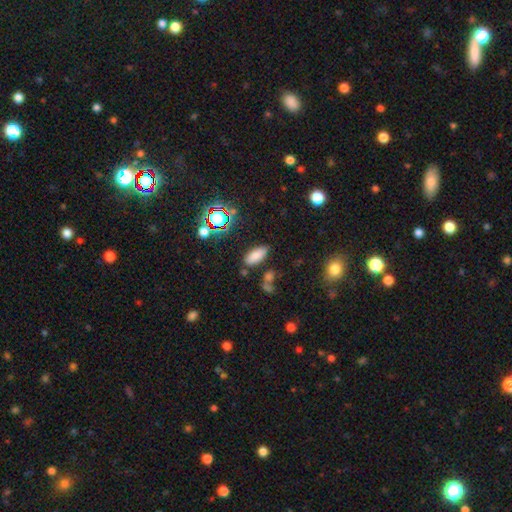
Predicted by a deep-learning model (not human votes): Smooth or featured? Predicted: smooth (p=0.77). How rounded? Predicted: in between (p=0.84). Merging? Predicted: none (p=0.79).